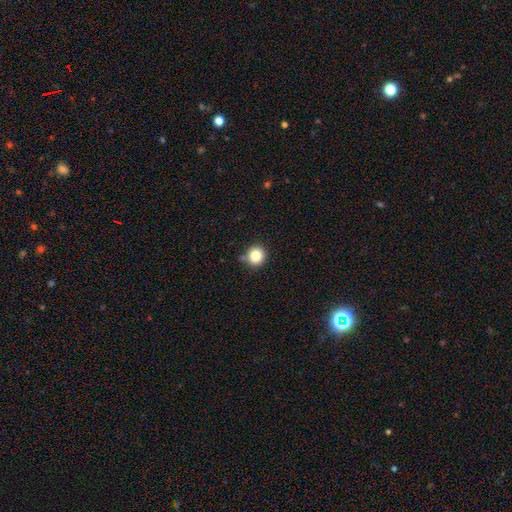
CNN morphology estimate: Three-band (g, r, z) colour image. It shows a smooth galaxy with no disk features (83%) that is round (90%). Merging: none (80%).